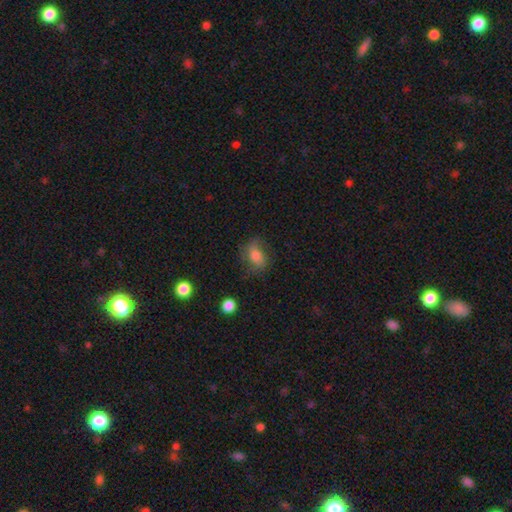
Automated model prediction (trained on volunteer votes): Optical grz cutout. It shows a smooth galaxy with no disk features (62%) that is in between round and cigar-shaped (69%). Merging: none (63%).